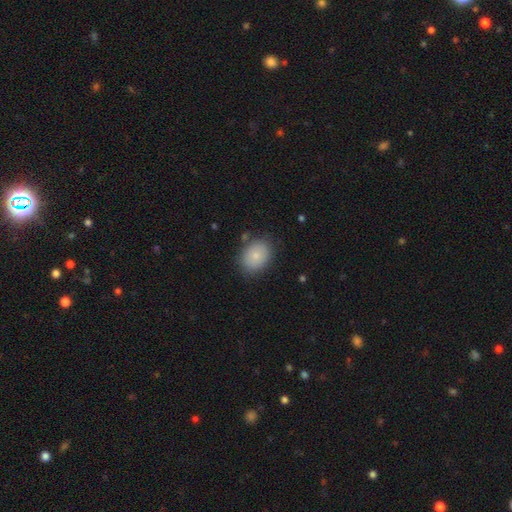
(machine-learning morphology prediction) Overall: smooth (81%). How rounded: in between (66%; round 33%). Merging: none (82%).